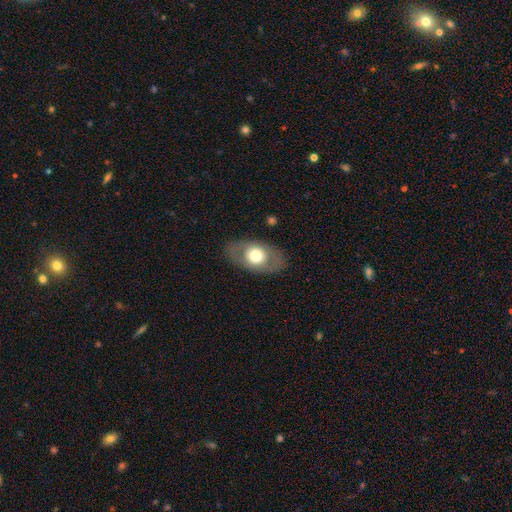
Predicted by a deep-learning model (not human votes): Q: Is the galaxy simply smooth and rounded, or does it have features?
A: smooth — 56%.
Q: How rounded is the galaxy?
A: in between — 79%.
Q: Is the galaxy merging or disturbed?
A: none — 82%.